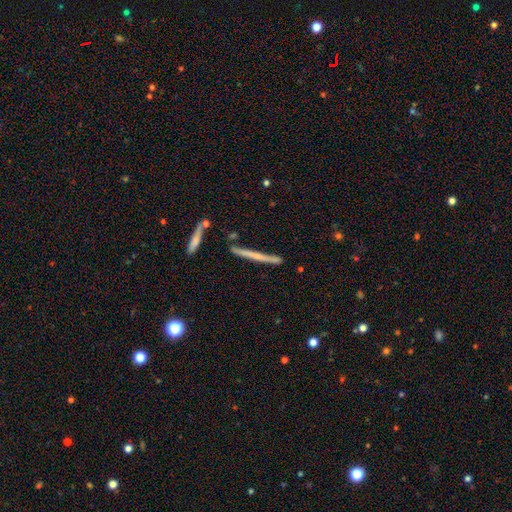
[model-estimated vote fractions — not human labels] The model was most divided on "smooth or featured": featured or disk: 54%, smooth: 39%, star or artifact: 7%. More confident: edge-on disk — yes (97%); merging — none (84%); edge-on bulge — none (76%).